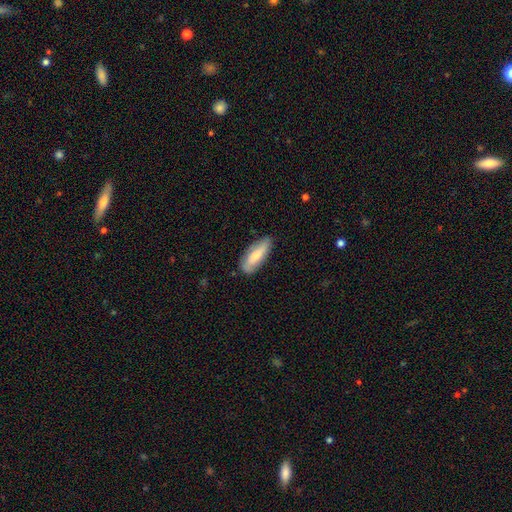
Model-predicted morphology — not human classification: A smooth galaxy with no disk features (69%) that is in between round and cigar-shaped (66%).

Vote fractions:
- Smooth or featured? smooth: 69% / featured or disk: 25% / star or artifact: 6%
- How rounded? in between: 66% / cigar-shaped: 32% / round: 2%
- Merging? none: 79% / minor disturbance: 17% / major disturbance: 3% / merger: 1%